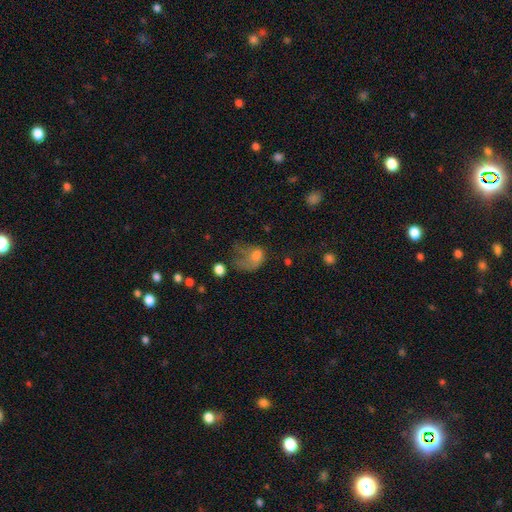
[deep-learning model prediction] A smooth galaxy with no disk features (61%) that is in between round and cigar-shaped (62%).

Vote fractions:
- Smooth or featured? smooth: 61% / featured or disk: 25% / star or artifact: 14%
- How rounded? in between: 62% / round: 37% / cigar-shaped: 2%
- Merging? major disturbance: 60% / minor disturbance: 18% / none: 16% / merger: 5%